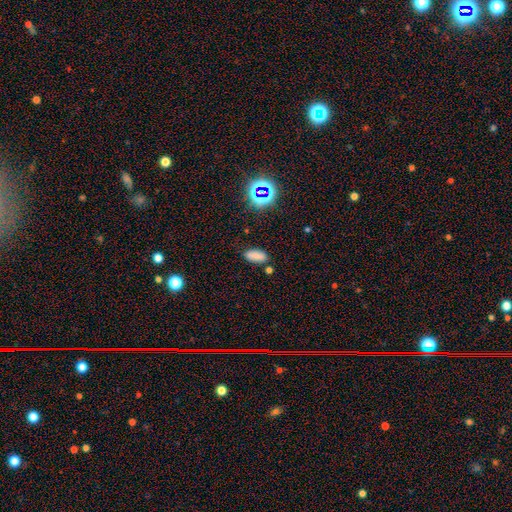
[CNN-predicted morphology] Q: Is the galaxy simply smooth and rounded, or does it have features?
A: smooth — 75%.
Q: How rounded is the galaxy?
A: in between — 87%.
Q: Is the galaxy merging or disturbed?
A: none — 80%.